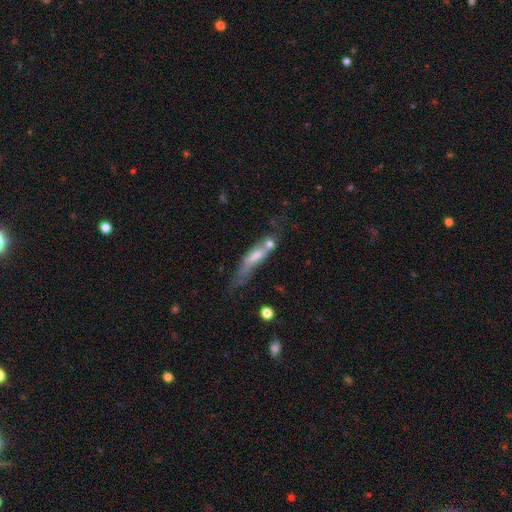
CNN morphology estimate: The model was most divided on "smooth or featured": featured or disk: 46%, smooth: 45%, star or artifact: 9%. Remaining: merging — none (39%).